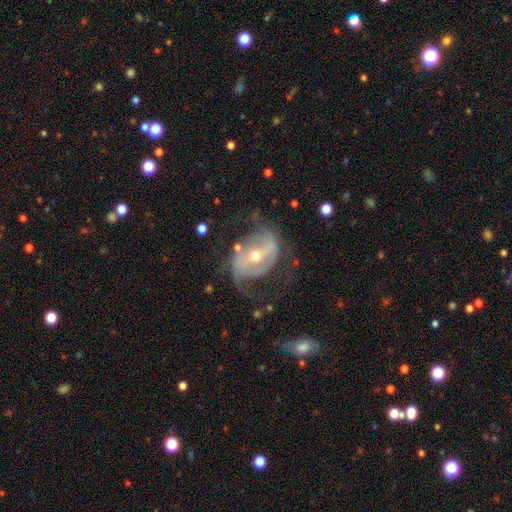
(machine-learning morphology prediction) Smooth or featured?
  - featured or disk: 83% *
  - smooth: 10%
  - star or artifact: 7%
Edge-on disk?
  - no: 96% *
  - yes: 4%
Bar?
  - strong: 45% *
  - weak: 34%
  - no: 21%
Spiral arms?
  - yes: 87% *
  - no: 13%
Spiral winding?
  - medium: 42% *
  - loose: 38%
  - tight: 20%
Spiral arm count?
  - 2: 75% *
  - can't tell: 12%
  - 1: 6%
  - 3: 4%
  - 4: 1%
  - more than 4: 1%
Bulge size?
  - small: 48% * (tied)
  - moderate: 48% * (tied)
  - large: 2%
  - none: 1%
  - dominant: 1%
Merging?
  - none: 53% *
  - major disturbance: 23%
  - minor disturbance: 22%
  - merger: 3%